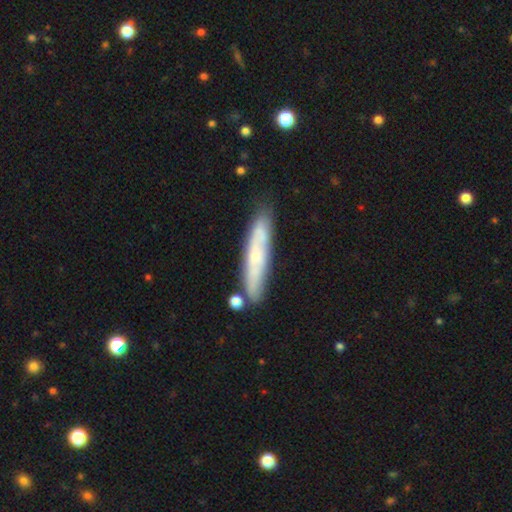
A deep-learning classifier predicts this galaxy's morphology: Q: Smooth or featured?
A: featured or disk (49%); runner-up: smooth (45%)
Q: Merging?
A: none (75%); runner-up: minor disturbance (16%)